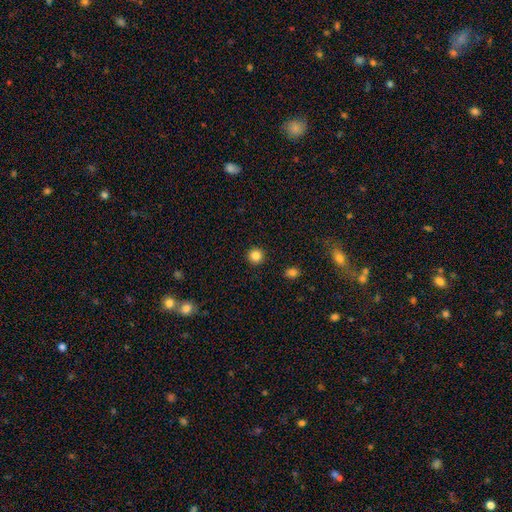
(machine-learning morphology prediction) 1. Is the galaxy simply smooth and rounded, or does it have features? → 85% smooth, 11% star or artifact, 4% featured or disk.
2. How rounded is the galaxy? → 95% round, 4% in between, 1% cigar-shaped.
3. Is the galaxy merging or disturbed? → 93% none, 4% minor disturbance, 2% major disturbance, 1% merger.